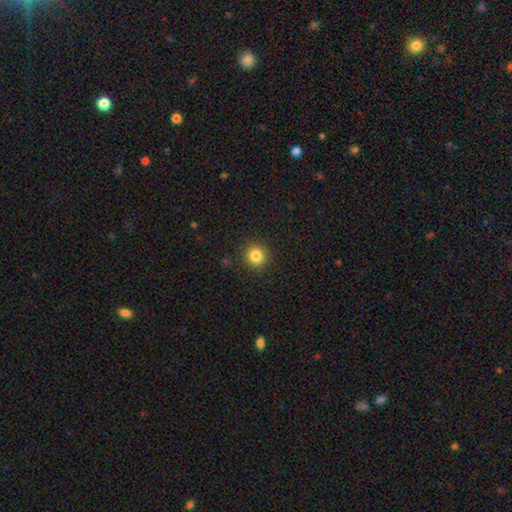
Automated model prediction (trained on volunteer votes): Smooth or featured: smooth — 83% (star or artifact — 11%)
How rounded: round — 92% (in between — 7%)
Merging: none — 91% (minor disturbance — 6%)